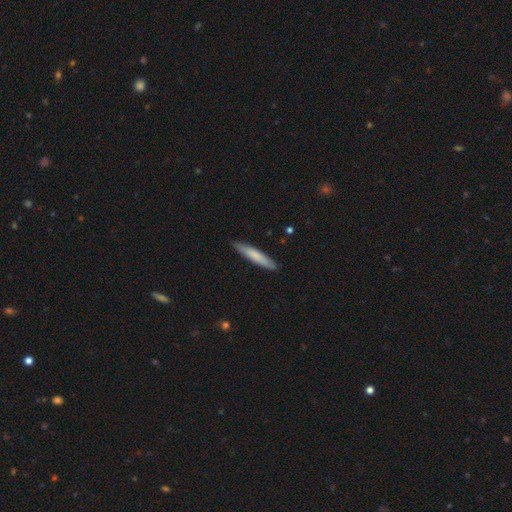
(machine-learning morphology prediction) Smooth or featured? Predicted: smooth (p=0.74). How rounded? Predicted: cigar-shaped (p=0.92). Merging? Predicted: none (p=0.87).